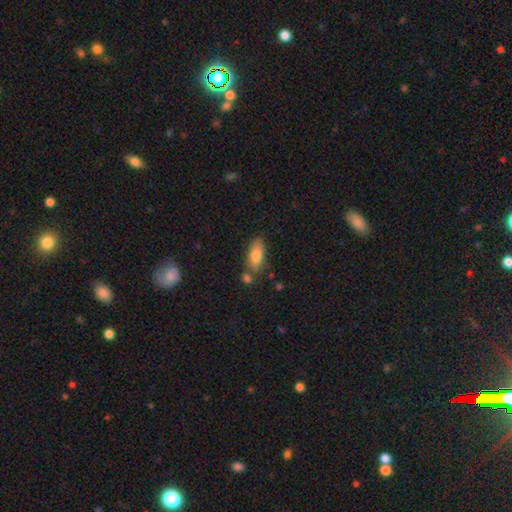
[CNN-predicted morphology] smooth-or-featured: smooth: 80% | featured or disk: 13% | star or artifact: 7%
  how-rounded: in between: 81% | cigar-shaped: 16% | round: 3%
  merging: none: 67% | minor disturbance: 17% | merger: 11% | major disturbance: 4%